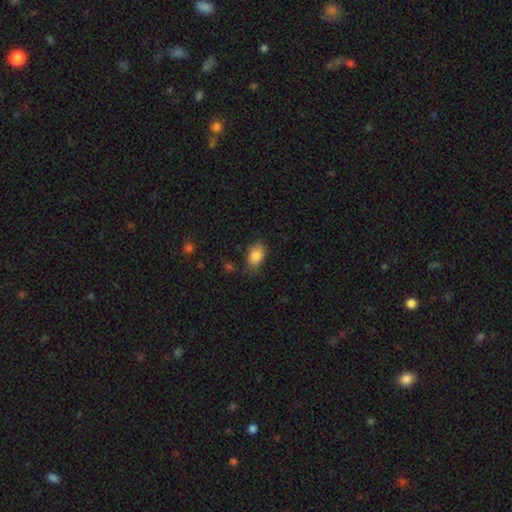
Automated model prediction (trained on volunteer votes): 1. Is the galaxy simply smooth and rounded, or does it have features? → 85% smooth, 8% star or artifact, 7% featured or disk.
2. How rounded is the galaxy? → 83% in between, 15% round, 1% cigar-shaped.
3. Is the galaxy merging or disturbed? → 71% none, 21% minor disturbance, 5% major disturbance, 2% merger.